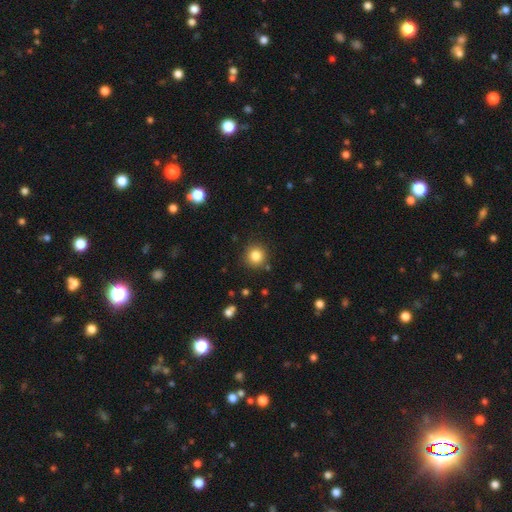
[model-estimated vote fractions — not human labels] smooth-or-featured: smooth: 84% | star or artifact: 11% | featured or disk: 5%
  how-rounded: round: 94% | in between: 5% | cigar-shaped: 1%
  merging: none: 89% | minor disturbance: 7% | major disturbance: 2% | merger: 2%